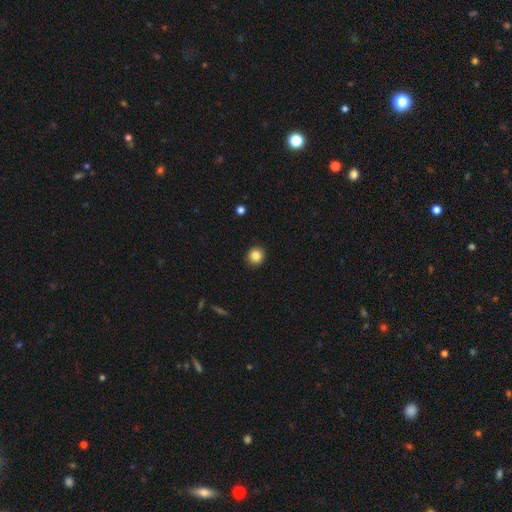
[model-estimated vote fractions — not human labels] Morphology: type=smooth (86%); roundness=round (91%); merging=none (92%).